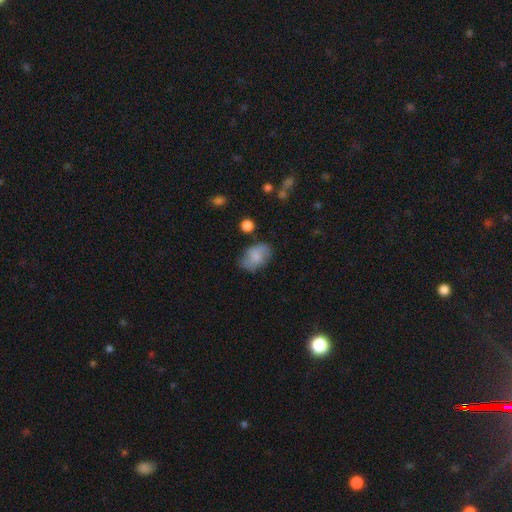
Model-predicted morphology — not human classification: Smooth or featured: smooth — 70% (featured or disk — 22%)
How rounded: in between — 86% (round — 13%)
Merging: none — 67% (minor disturbance — 24%)